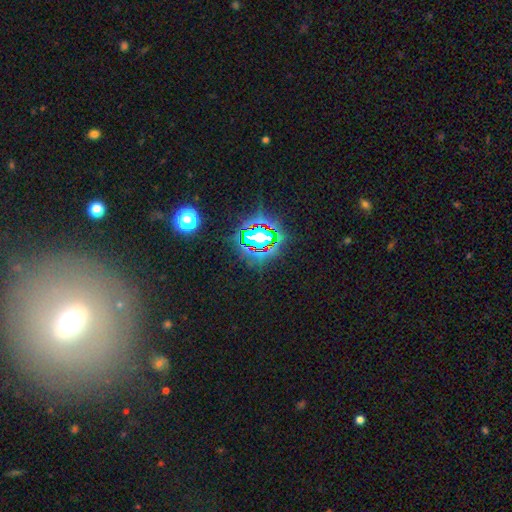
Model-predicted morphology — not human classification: Smooth or featured? Predicted: star or artifact (p=0.75).